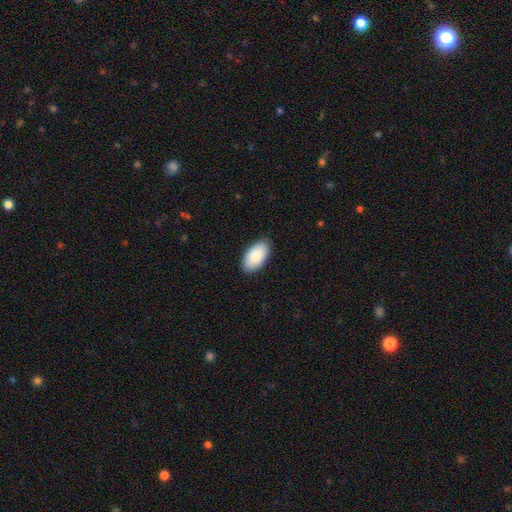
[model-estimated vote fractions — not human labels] Smooth or featured?
  - smooth: 88% *
  - featured or disk: 7%
  - star or artifact: 5%
How rounded?
  - in between: 96% *
  - round: 2%
  - cigar-shaped: 2%
Merging?
  - none: 88% *
  - minor disturbance: 9%
  - major disturbance: 2%
  - merger: 1%